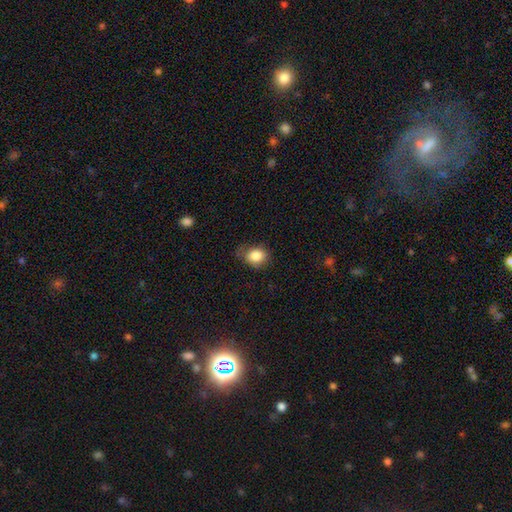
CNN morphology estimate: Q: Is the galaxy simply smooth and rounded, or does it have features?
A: smooth — 85%.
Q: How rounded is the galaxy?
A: round — 56%.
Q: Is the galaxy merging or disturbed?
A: none — 65%.